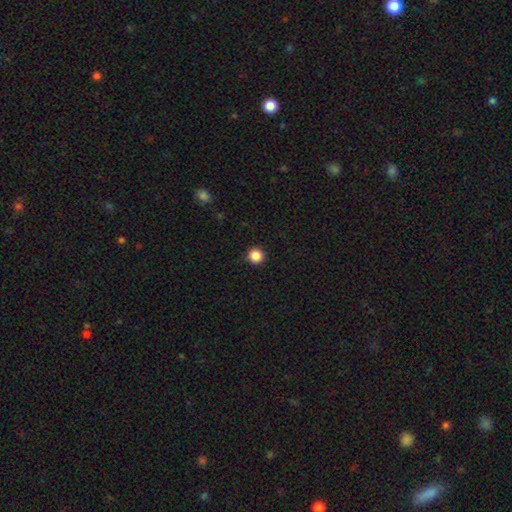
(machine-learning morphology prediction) A smooth galaxy with no disk features (87%) that is round (96%). Merging: none (92%).